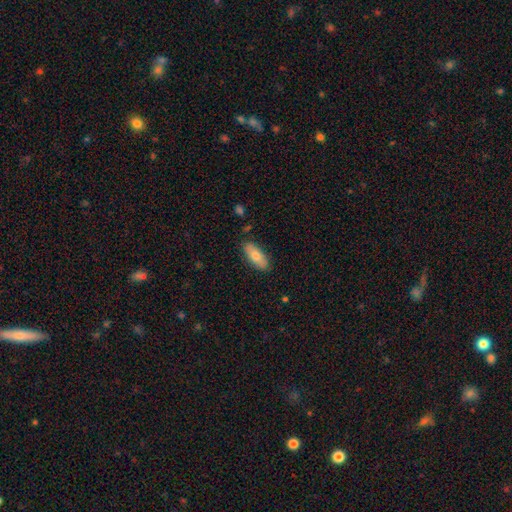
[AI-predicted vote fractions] Overall: smooth (75%). How rounded: in between (80%). Merging: none (86%).